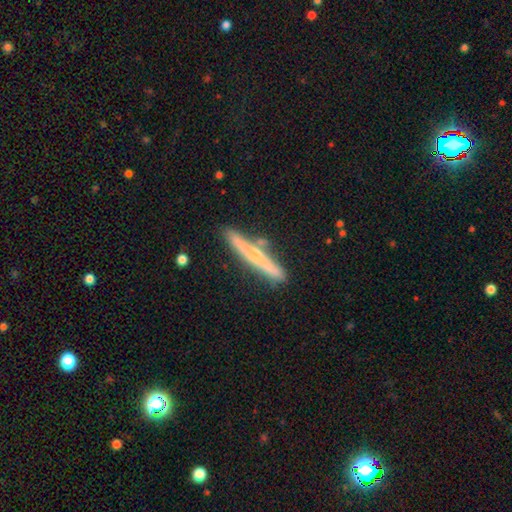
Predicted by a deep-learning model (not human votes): This is possibly a featured or disk galaxy (59%). It is clearly viewed edge-on (95%). Edge-on bulge: likely rounded (61%). Merging: likely none (79%).